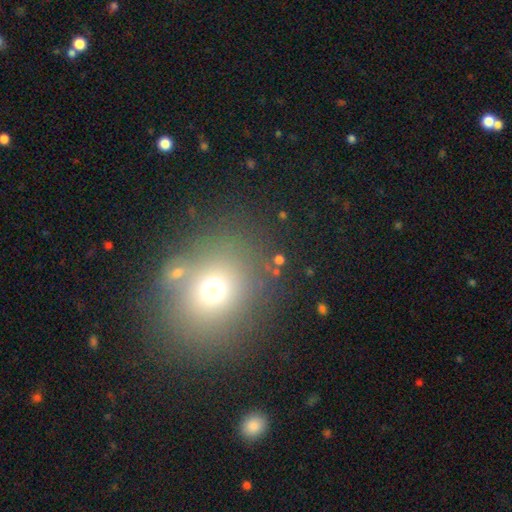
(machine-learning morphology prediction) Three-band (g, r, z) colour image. It shows a smooth galaxy with no disk features (66%) that is round (62%). Merging: none (80%).